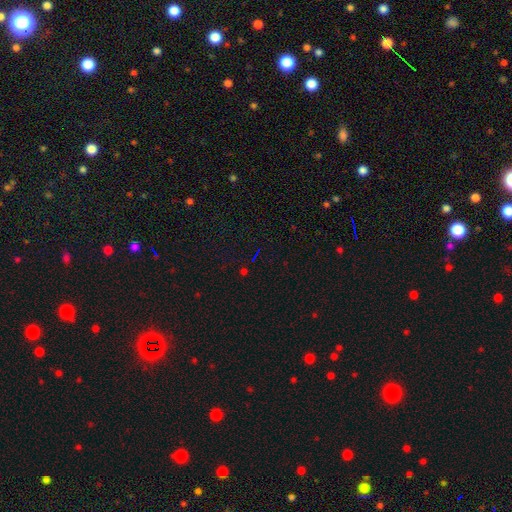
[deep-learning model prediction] smooth_or_featured: star or artifact (p=0.72) [alt: smooth p=0.19]